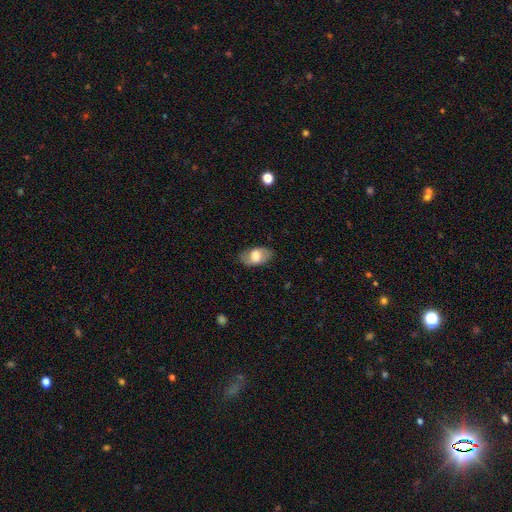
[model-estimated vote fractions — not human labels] smooth 59%, featured or disk 34%, star or artifact 7%. Down the decision tree: how rounded — in between (91%); merging — none (77%).